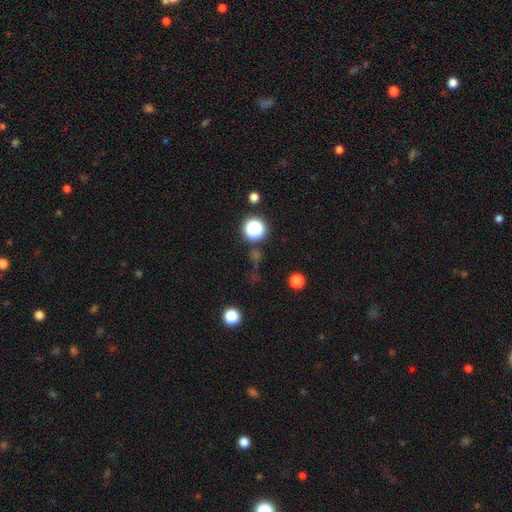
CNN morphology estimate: A star or artifact, not a galaxy (57%).